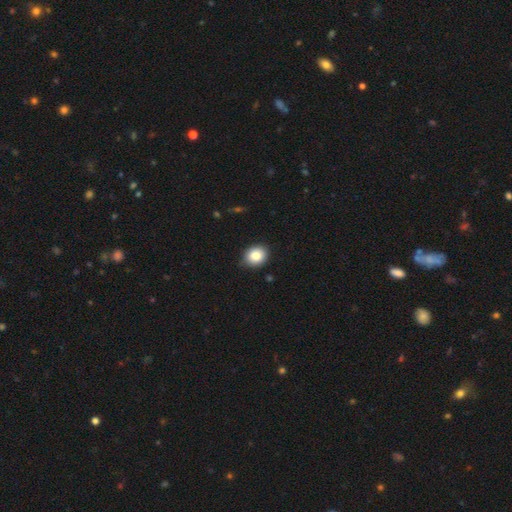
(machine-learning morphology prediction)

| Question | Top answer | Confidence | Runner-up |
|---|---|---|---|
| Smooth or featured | smooth | 85% | star or artifact (9%) |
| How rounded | round | 60% | in between (40%) |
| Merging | none | 82% | minor disturbance (14%) |